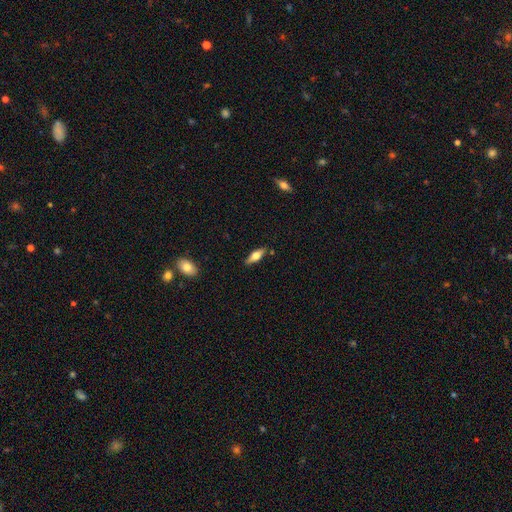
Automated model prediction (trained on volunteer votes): This appears to be a featured or disk galaxy (48%). Merging: none (87%).